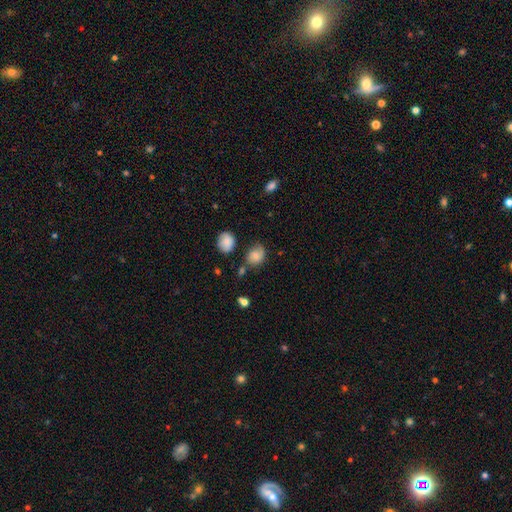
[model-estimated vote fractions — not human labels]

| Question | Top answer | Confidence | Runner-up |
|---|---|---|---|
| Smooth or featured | smooth | 74% | featured or disk (15%) |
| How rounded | round | 52% | in between (47%) |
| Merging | none | 57% | minor disturbance (27%) |